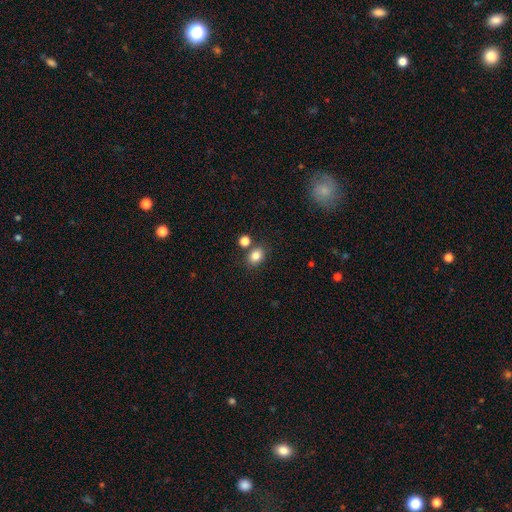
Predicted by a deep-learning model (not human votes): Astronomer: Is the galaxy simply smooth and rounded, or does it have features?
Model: smooth — 83%.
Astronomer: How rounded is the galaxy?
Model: in between — 50% (runner-up: round, 49%).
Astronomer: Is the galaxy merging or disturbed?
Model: none — 74%.